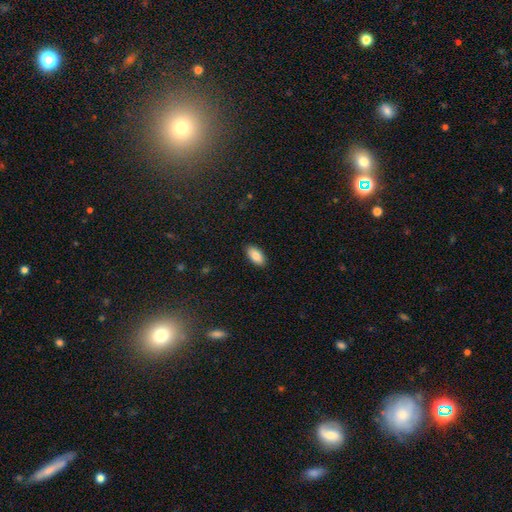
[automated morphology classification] This appears to be a smooth galaxy with no disk features (86%) that is in between round and cigar-shaped (93%). Merging: none (90%).